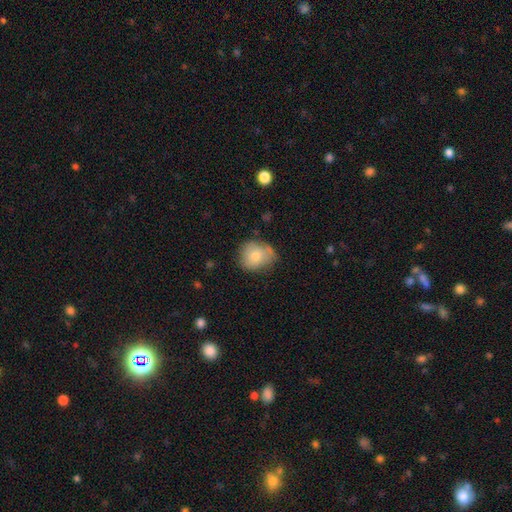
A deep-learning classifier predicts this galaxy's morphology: A smooth galaxy with no disk features (76%) that is round (66%).

Vote fractions:
- Smooth or featured? smooth: 76% / featured or disk: 17% / star or artifact: 8%
- How rounded? round: 66% / in between: 33% / cigar-shaped: 1%
- Merging? none: 55% / minor disturbance: 33% / major disturbance: 9% / merger: 3%